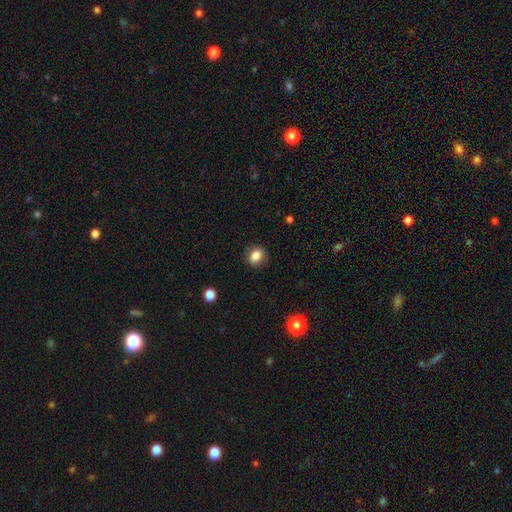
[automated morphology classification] Smooth or featured?
  - smooth: 83% *
  - star or artifact: 10%
  - featured or disk: 7%
How rounded?
  - round: 53% *
  - in between: 46%
  - cigar-shaped: 1%
Merging?
  - none: 86% *
  - minor disturbance: 10%
  - major disturbance: 3%
  - merger: 1%